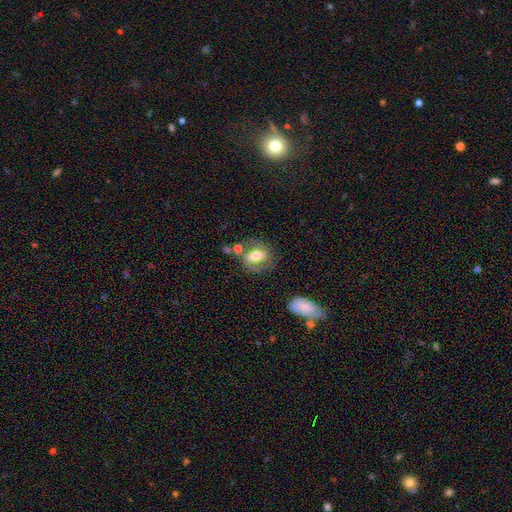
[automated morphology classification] Smooth or featured? smooth (47%)
Merging? none (56%)